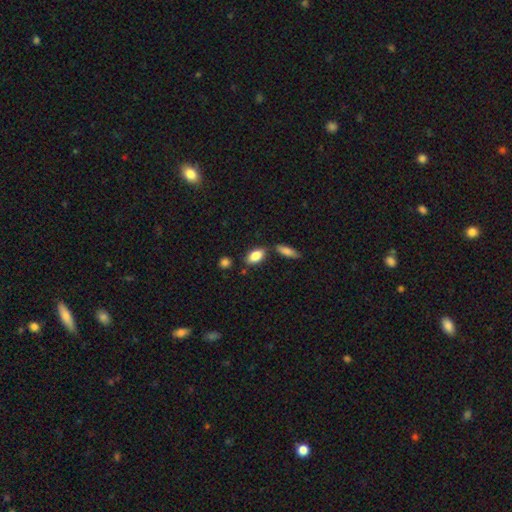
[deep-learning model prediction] Overall: smooth (85%). How rounded: in between (89%). Merging: none (74%).